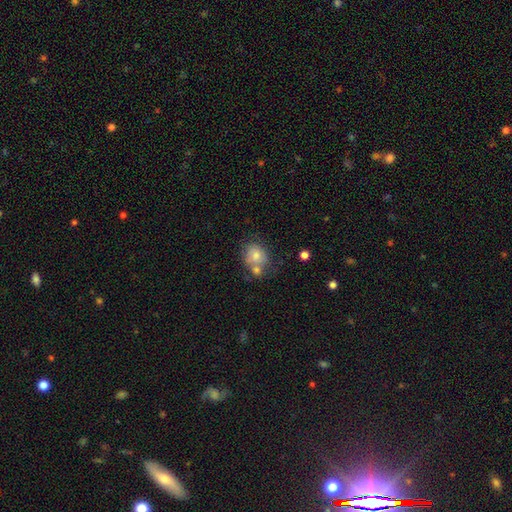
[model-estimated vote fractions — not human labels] Smooth or featured? smooth (74%)
How rounded? round (65%)
Merging? none (46%)